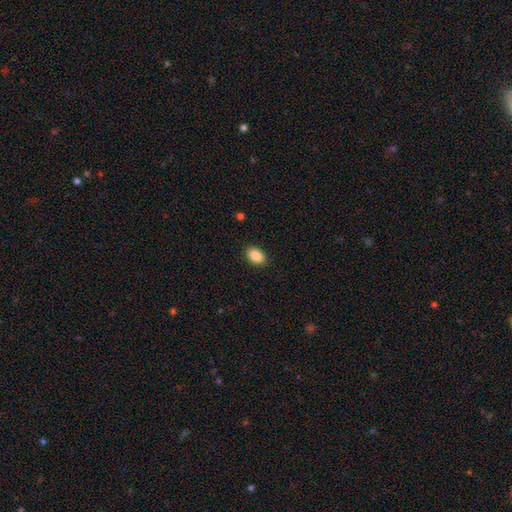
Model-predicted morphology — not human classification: A smooth galaxy with no disk features (88%) that is in between round and cigar-shaped (84%). Merging: none (90%).